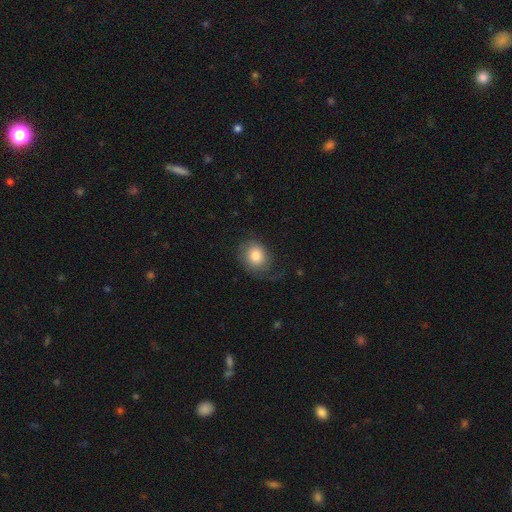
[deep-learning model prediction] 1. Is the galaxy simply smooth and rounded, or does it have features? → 68% smooth, 24% featured or disk, 8% star or artifact.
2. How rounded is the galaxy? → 61% round, 38% in between, 1% cigar-shaped.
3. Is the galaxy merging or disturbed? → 55% none, 23% minor disturbance, 21% major disturbance, 1% merger.